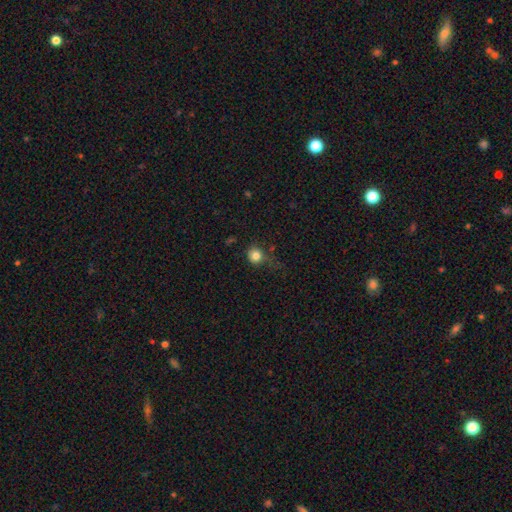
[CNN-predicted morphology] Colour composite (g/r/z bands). It shows a smooth galaxy with no disk features (83%) that is round (85%). Merging: none (61%).